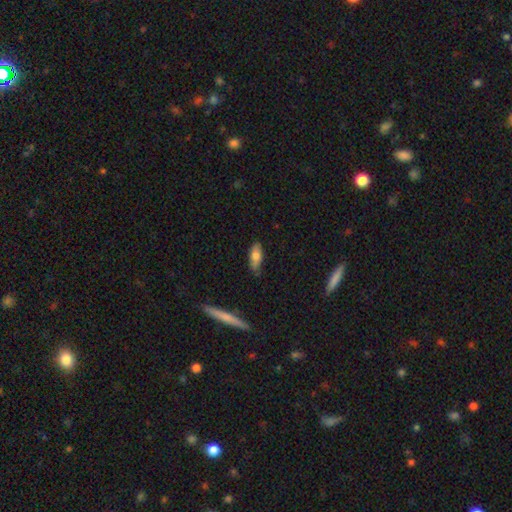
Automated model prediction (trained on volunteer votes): Smooth or featured? Predicted: smooth (p=0.72). How rounded? Predicted: in between (p=0.67). Merging? Predicted: none (p=0.79).